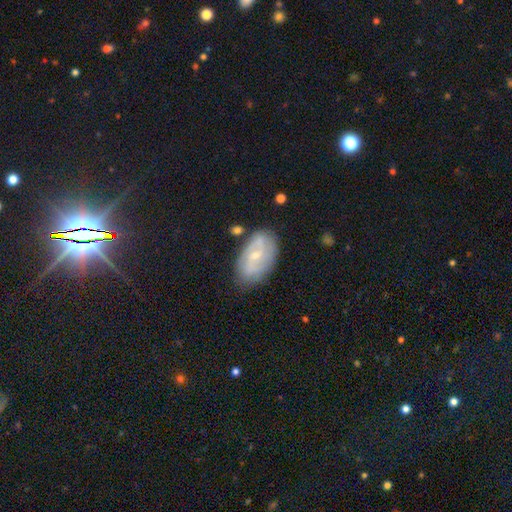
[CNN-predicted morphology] smooth-or-featured: featured or disk: 62% | smooth: 30% | star or artifact: 8%
  disk-edge-on: no: 94% | yes: 6%
    bar: no: 47% | weak: 42% | strong: 12%
    has-spiral-arms: yes: 72% | no: 28%
    bulge-size: small: 70% | moderate: 26% | none: 2% | large: 1% | dominant: 1%
  merging: none: 71% | minor disturbance: 20% | major disturbance: 5% | merger: 4%